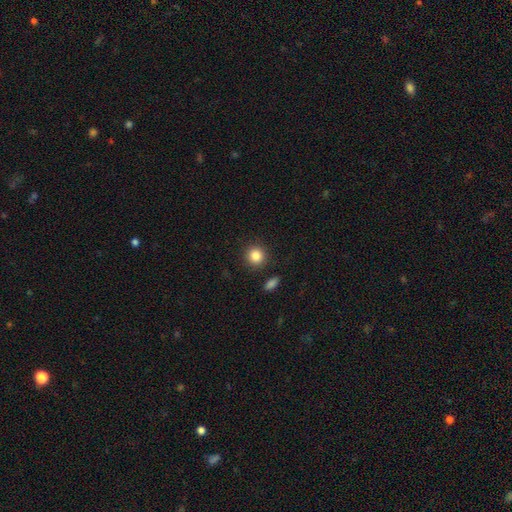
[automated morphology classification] The model was most divided on "smooth or featured": smooth: 85%, star or artifact: 10%, featured or disk: 5%. More confident: how rounded — round (91%); merging — none (88%).